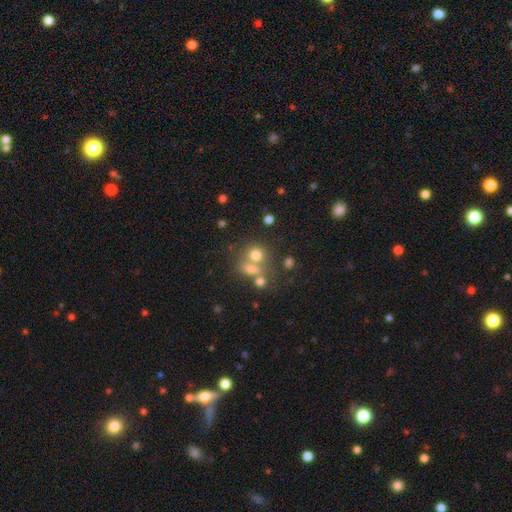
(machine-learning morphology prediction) Smooth or featured?
  - smooth: 69% *
  - star or artifact: 17%
  - featured or disk: 14%
How rounded?
  - round: 73% *
  - in between: 26%
  - cigar-shaped: 1%
Merging?
  - none: 43% *
  - merger: 42%
  - minor disturbance: 10%
  - major disturbance: 6%